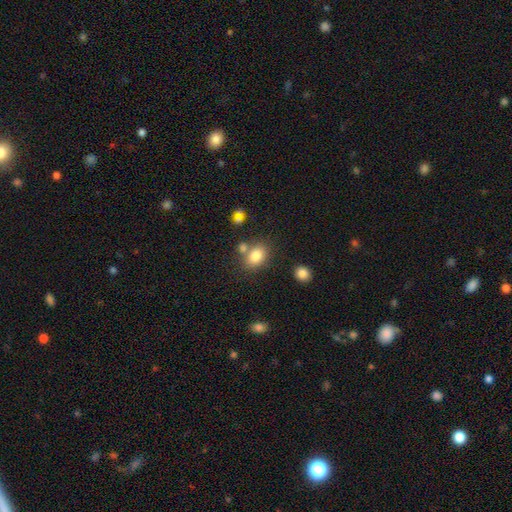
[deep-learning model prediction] This appears to be a smooth galaxy with no disk features (81%) that is in between round and cigar-shaped (68%). Merging: none (63%).